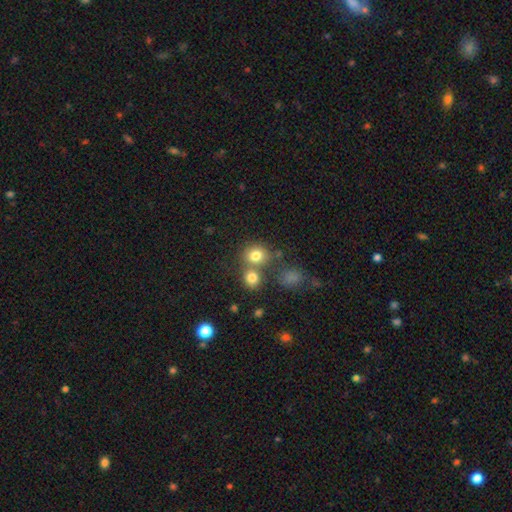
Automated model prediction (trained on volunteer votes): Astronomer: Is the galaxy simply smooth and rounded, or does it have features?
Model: smooth — 78%.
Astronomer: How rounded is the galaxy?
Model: round — 80%.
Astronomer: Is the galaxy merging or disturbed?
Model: none — 55% (runner-up: merger, 32%).